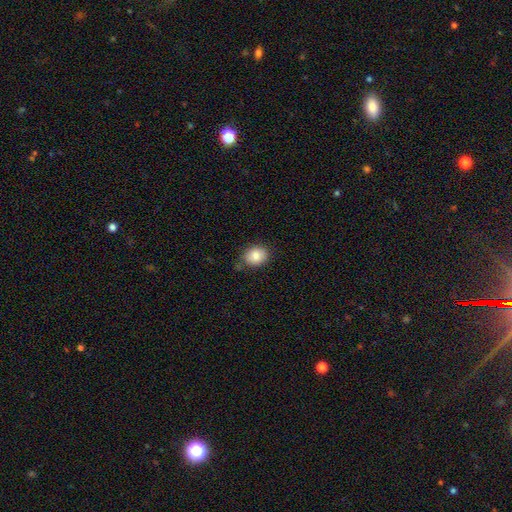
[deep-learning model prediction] Smooth or featured? Predicted: smooth (p=0.84). How rounded? Predicted: round (p=0.56). Merging? Predicted: none (p=0.73).